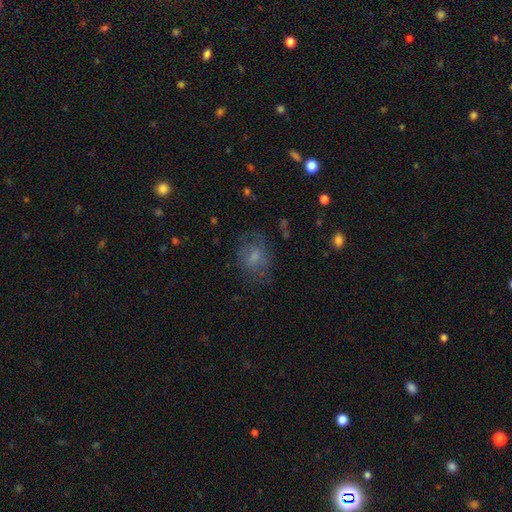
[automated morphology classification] Smooth or featured: smooth — 47% (featured or disk — 39%)
Merging: none — 61% (minor disturbance — 21%)